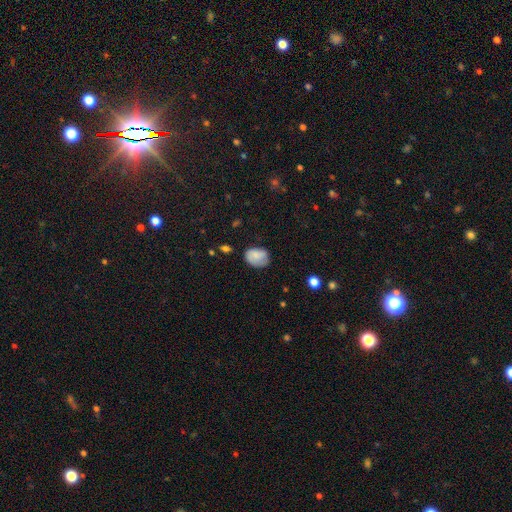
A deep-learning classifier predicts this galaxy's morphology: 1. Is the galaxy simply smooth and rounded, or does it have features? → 80% smooth, 13% featured or disk, 8% star or artifact.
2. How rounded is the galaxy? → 66% in between, 33% round, 1% cigar-shaped.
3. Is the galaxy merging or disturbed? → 61% none, 30% minor disturbance, 7% major disturbance, 2% merger.